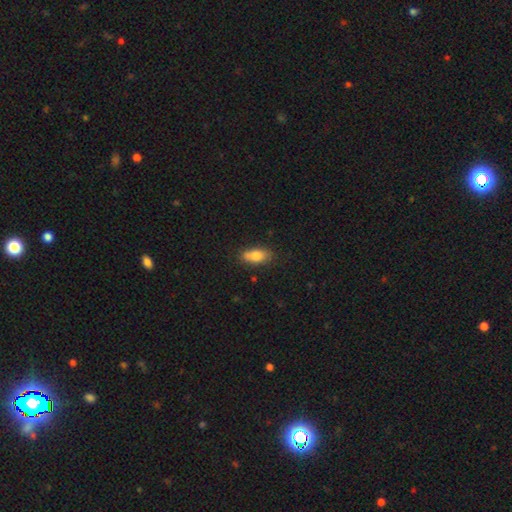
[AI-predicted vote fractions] Morphology: type=smooth (80%); roundness=in between (84%); merging=none (72%).